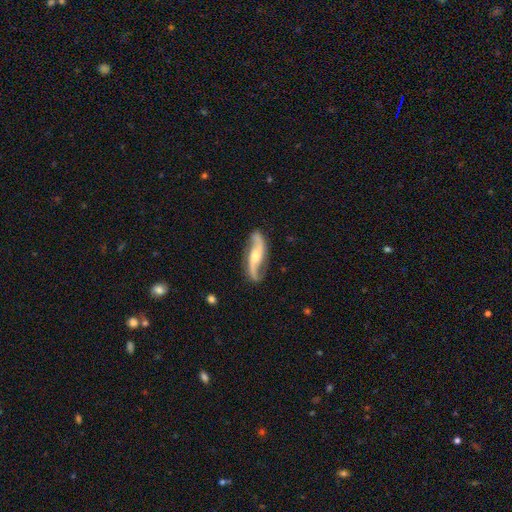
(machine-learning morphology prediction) featured or disk 88%, smooth 7%, star or artifact 4%. Down the decision tree: edge-on disk — no (92%); bar — no (51%); spiral arms — yes (97%); spiral arm count — 2 (94%); spiral winding — loose (73%); bulge size — moderate (53%); merging — none (82%).